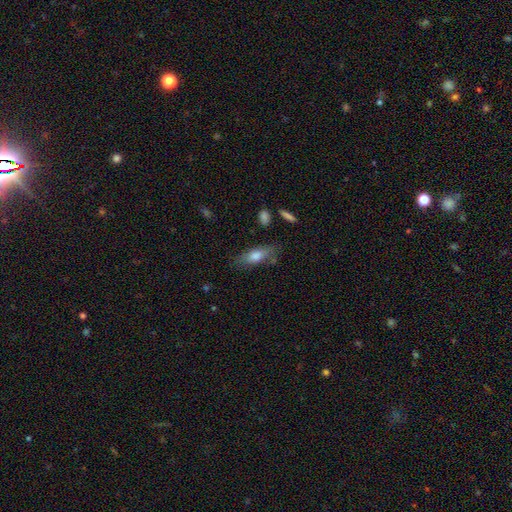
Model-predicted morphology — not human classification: type=smooth (71%); roundness=in between (65%); merging=none (73%).